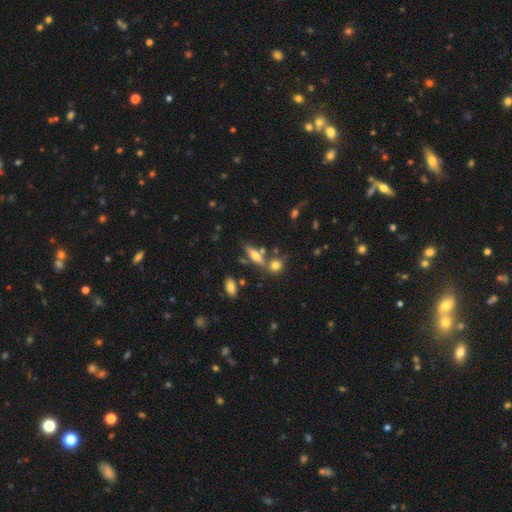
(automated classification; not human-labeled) smooth 52%, featured or disk 37%, star or artifact 11%. Down the decision tree: how rounded — cigar-shaped (52%); merging — none (63%).